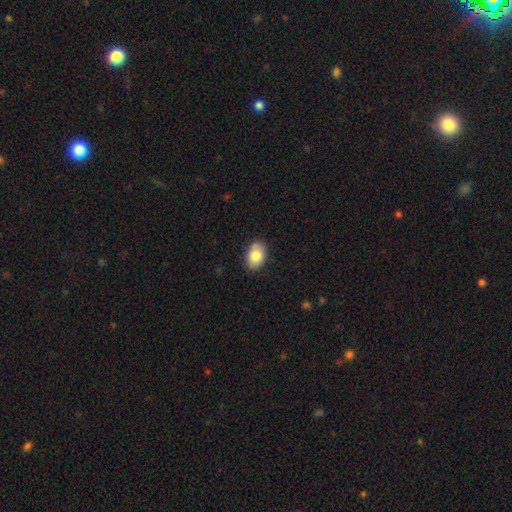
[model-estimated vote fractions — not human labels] A smooth galaxy with no disk features (82%) that is in between round and cigar-shaped (85%). Merging: none (84%).